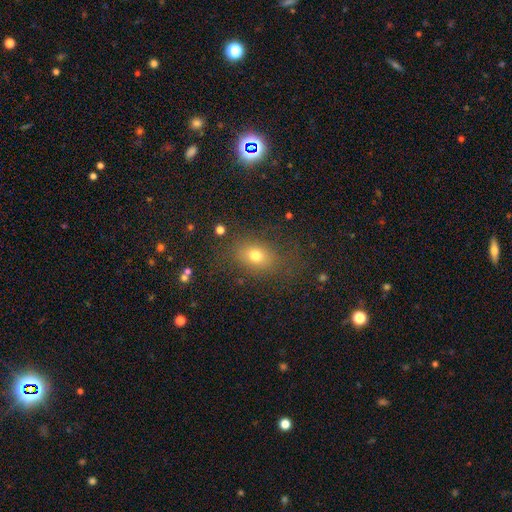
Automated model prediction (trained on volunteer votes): Morphology: type=smooth (72%); roundness=in between (68%); merging=none (75%).